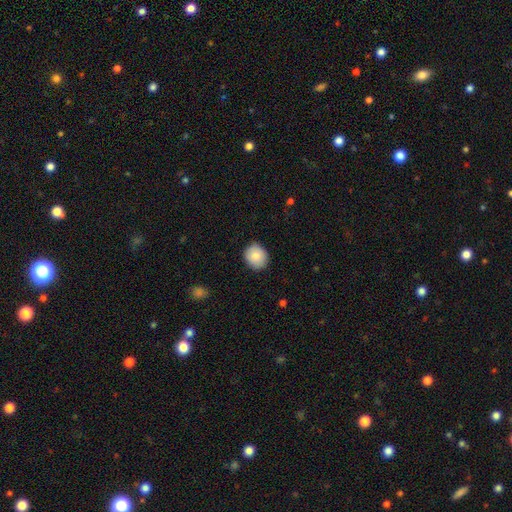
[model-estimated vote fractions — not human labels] smooth 85%, featured or disk 8%, star or artifact 7%. Down the decision tree: how rounded — round (75%); merging — none (87%).